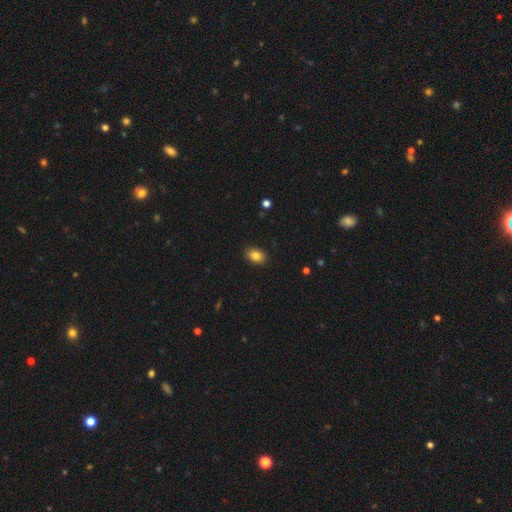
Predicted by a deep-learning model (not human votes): A smooth galaxy with no disk features (84%) that is in between round and cigar-shaped (78%). Merging: none (89%).